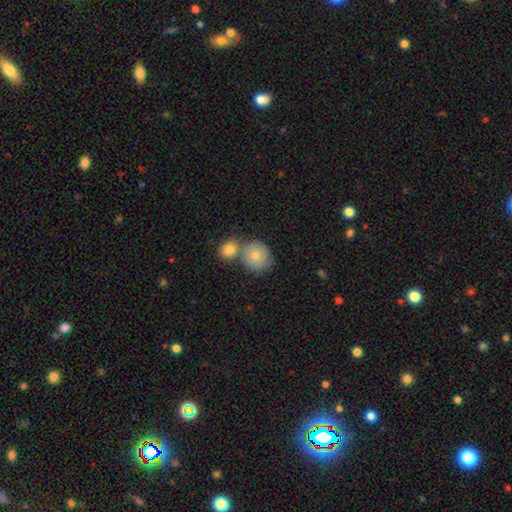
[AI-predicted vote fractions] Q: Smooth or featured?
A: smooth (79%); runner-up: featured or disk (13%)
Q: How rounded?
A: round (85%); runner-up: in between (14%)
Q: Merging?
A: none (46%); runner-up: merger (40%)